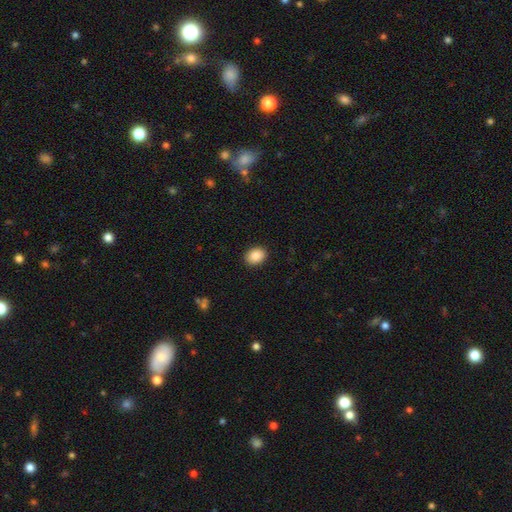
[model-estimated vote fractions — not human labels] Smooth or featured? Predicted: smooth (p=0.89). How rounded? Predicted: in between (p=0.63). Merging? Predicted: none (p=0.90).